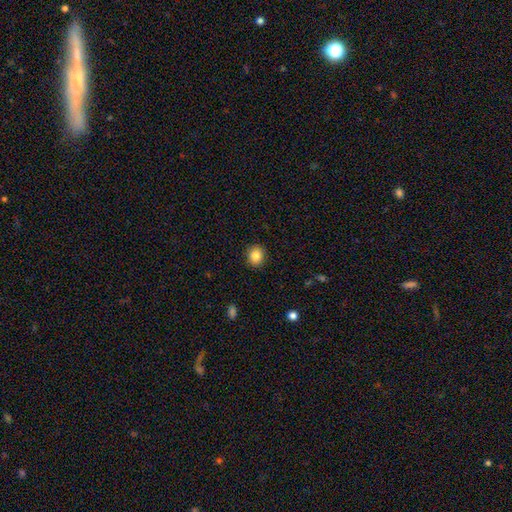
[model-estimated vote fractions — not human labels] Smooth or featured: smooth — 84% (star or artifact — 9%)
How rounded: round — 76% (in between — 24%)
Merging: none — 91% (minor disturbance — 7%)